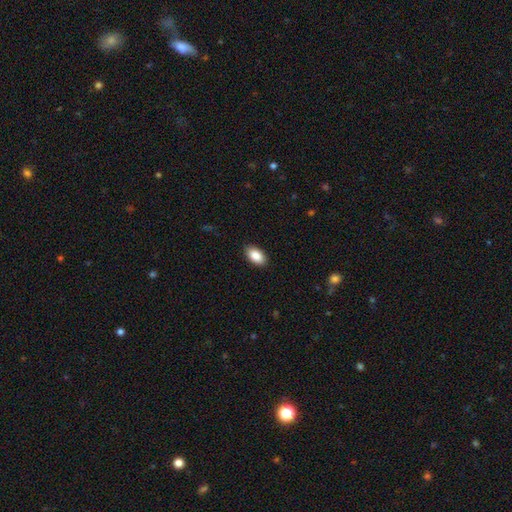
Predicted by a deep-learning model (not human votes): smooth-or-featured: smooth: 89% | star or artifact: 7% | featured or disk: 5%
  how-rounded: in between: 94% | round: 4% | cigar-shaped: 2%
  merging: none: 89% | minor disturbance: 8% | major disturbance: 2% | merger: 1%